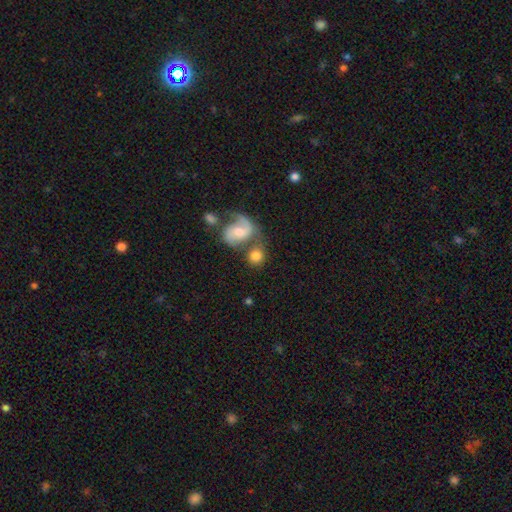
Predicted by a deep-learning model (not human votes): Overall: smooth (62%; featured or disk 30%). How rounded: round (74%). Merging: none (45%; merger 35%).